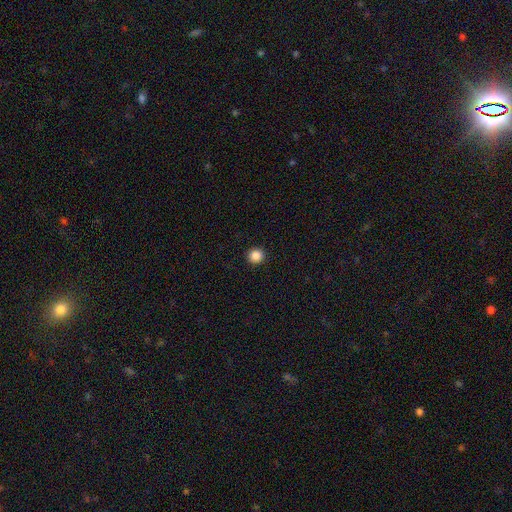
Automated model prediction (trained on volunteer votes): Smooth or featured? smooth (87%)
How rounded? round (93%)
Merging? none (93%)